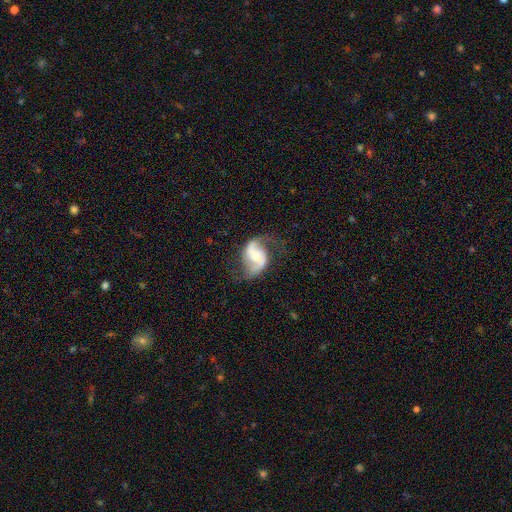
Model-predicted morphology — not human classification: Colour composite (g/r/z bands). It shows a featured or disk galaxy (87%) with no bar (45%), 2 (92%) loose (49%) spiral arms (96%) and a moderate central bulge (59%). Merging: none (70%).